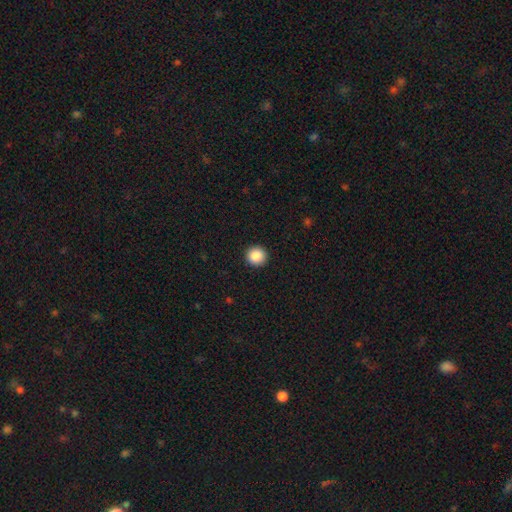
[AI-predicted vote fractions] This is clearly a smooth galaxy (87%). How rounded: clearly round (94%). Merging: clearly none (93%).